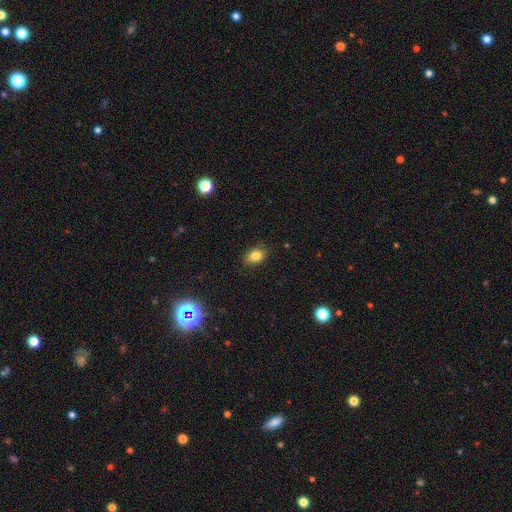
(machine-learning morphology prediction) smooth_or_featured: smooth (p=0.83) [alt: star or artifact p=0.10]
how_rounded: in between (p=0.81) [alt: round p=0.18]
merging: none (p=0.85) [alt: minor disturbance p=0.12]